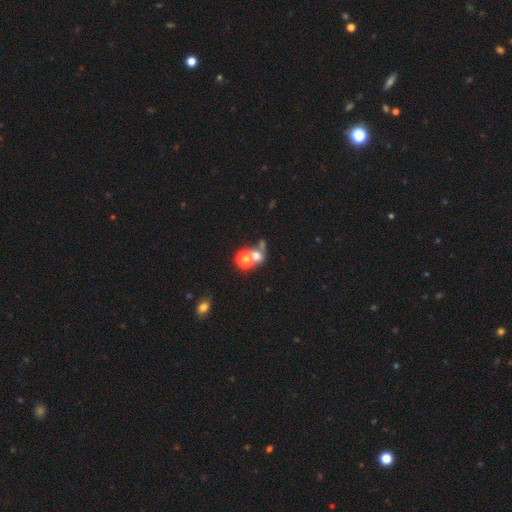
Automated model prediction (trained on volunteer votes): This is possibly a smooth galaxy (58%). How rounded: likely round (70%). Merging: possibly merger (48%).